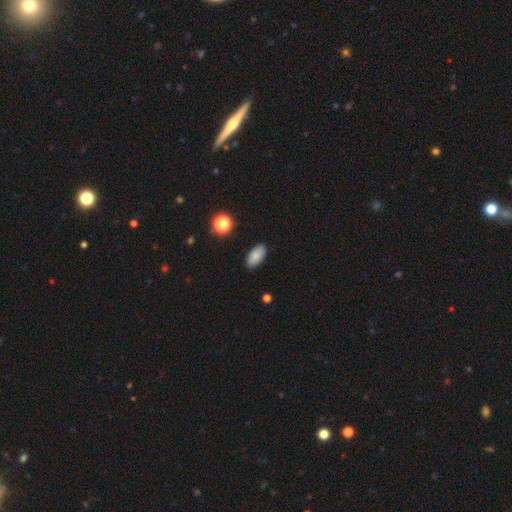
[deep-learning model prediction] Smooth or featured? Predicted: smooth (p=0.85). How rounded? Predicted: in between (p=0.92). Merging? Predicted: none (p=0.88).